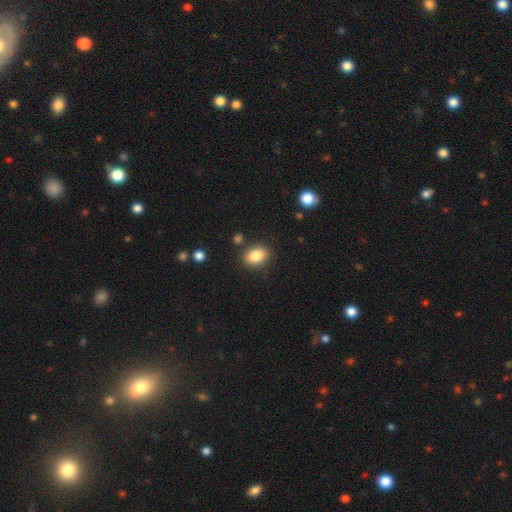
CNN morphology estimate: A smooth galaxy with no disk features (85%) that is in between round and cigar-shaped (75%).

Vote fractions:
- Smooth or featured? smooth: 85% / star or artifact: 9% / featured or disk: 6%
- How rounded? in between: 75% / round: 24% / cigar-shaped: 1%
- Merging? none: 84% / minor disturbance: 10% / merger: 4% / major disturbance: 3%